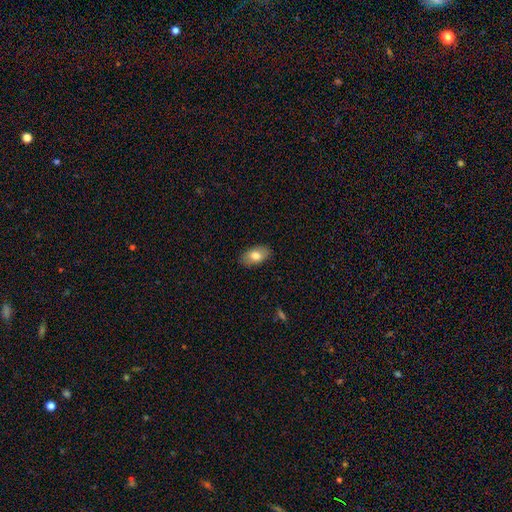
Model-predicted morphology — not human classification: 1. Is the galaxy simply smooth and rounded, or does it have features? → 78% smooth, 15% featured or disk, 7% star or artifact.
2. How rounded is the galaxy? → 92% in between, 6% round, 2% cigar-shaped.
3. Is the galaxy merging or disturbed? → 87% none, 10% minor disturbance, 2% major disturbance, 1% merger.